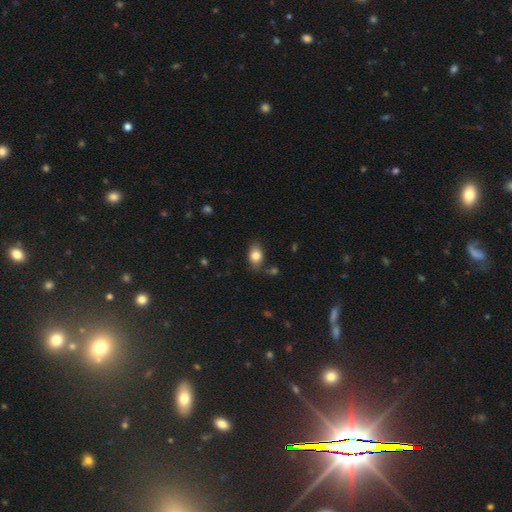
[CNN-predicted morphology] smooth 82%, featured or disk 10%, star or artifact 8%. Down the decision tree: how rounded — in between (82%); merging — none (74%).